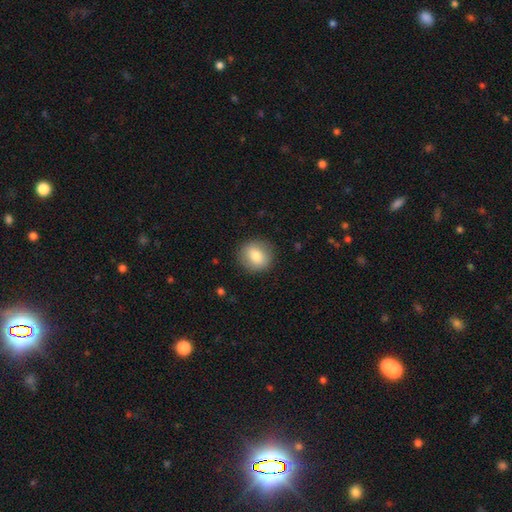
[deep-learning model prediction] Morphology: type=smooth (78%); roundness=round (86%); merging=none (88%).